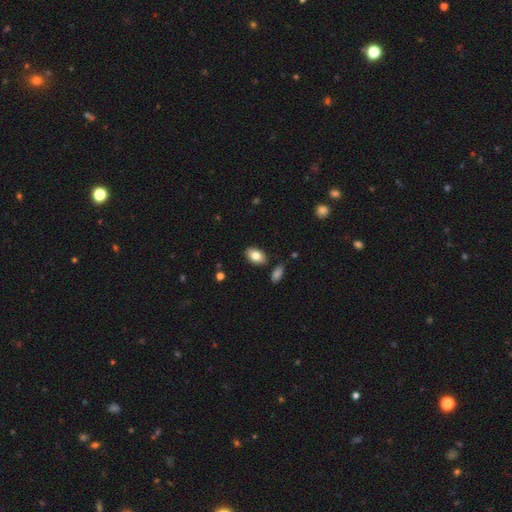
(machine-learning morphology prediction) smooth_or_featured: smooth (p=0.81) [alt: featured or disk p=0.12]
how_rounded: in between (p=0.91) [alt: round p=0.07]
merging: none (p=0.85) [alt: minor disturbance p=0.10]